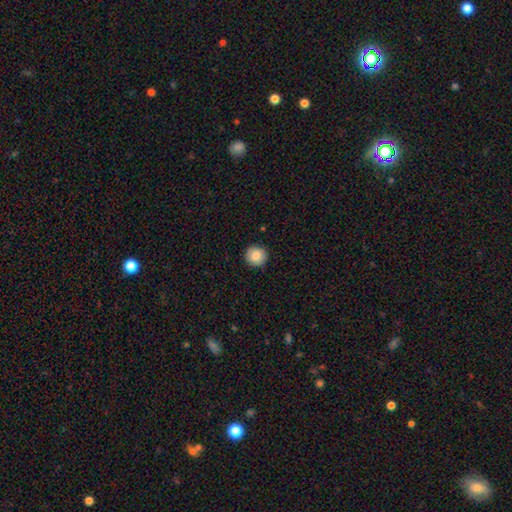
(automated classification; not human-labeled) smooth_or_featured: smooth (p=0.84) [alt: star or artifact p=0.08]
how_rounded: round (p=0.95) [alt: in between p=0.04]
merging: none (p=0.92) [alt: minor disturbance p=0.06]